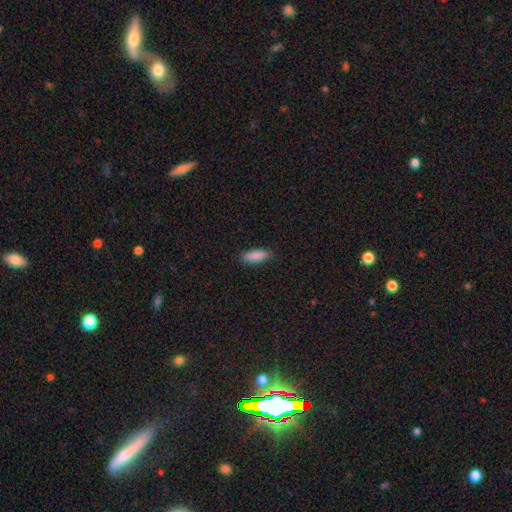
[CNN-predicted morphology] A smooth galaxy with no disk features (89%) that is in between round and cigar-shaped (66%).

Vote fractions:
- Smooth or featured? smooth: 89% / star or artifact: 7% / featured or disk: 4%
- How rounded? in between: 66% / cigar-shaped: 32% / round: 2%
- Merging? none: 87% / minor disturbance: 10% / major disturbance: 2% / merger: 1%